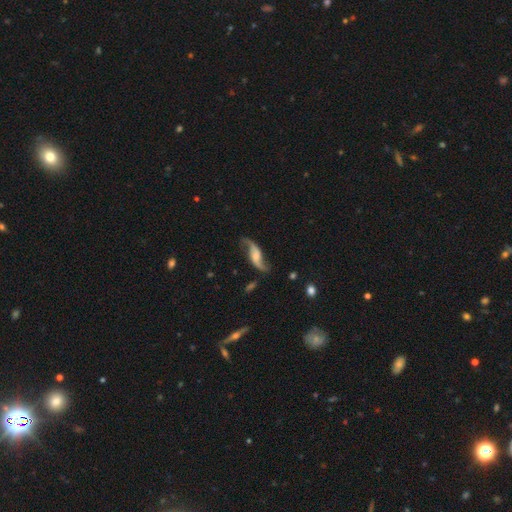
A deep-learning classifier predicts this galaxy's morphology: A featured or disk galaxy (84%) with no bar (47%), 2 (93%) loose (88%) spiral arms (95%) and no central bulge (35%). Merging: none (73%).